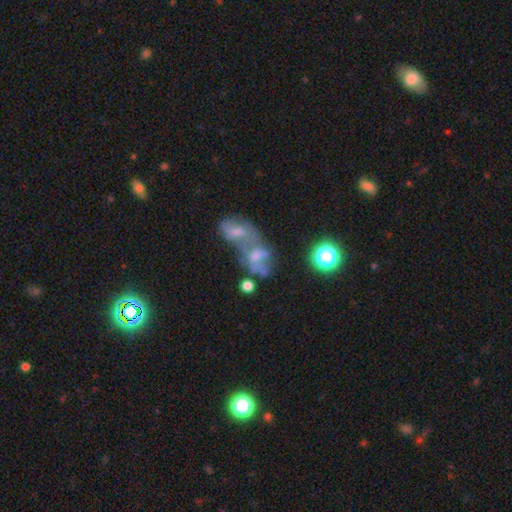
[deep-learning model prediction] Morphology: type=featured or disk (42%); merging=merger (68%).